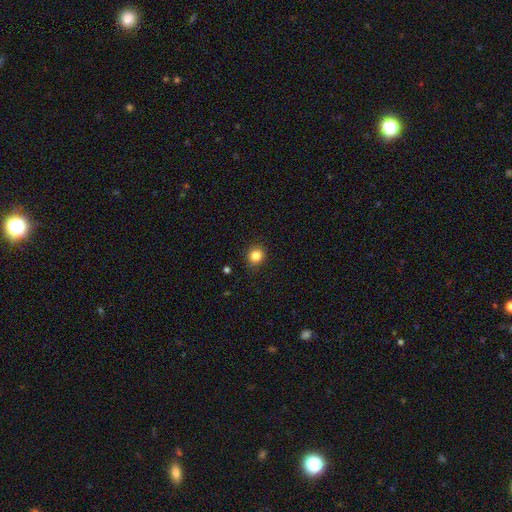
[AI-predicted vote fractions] Smooth or featured? smooth (84%)
How rounded? round (80%)
Merging? none (88%)